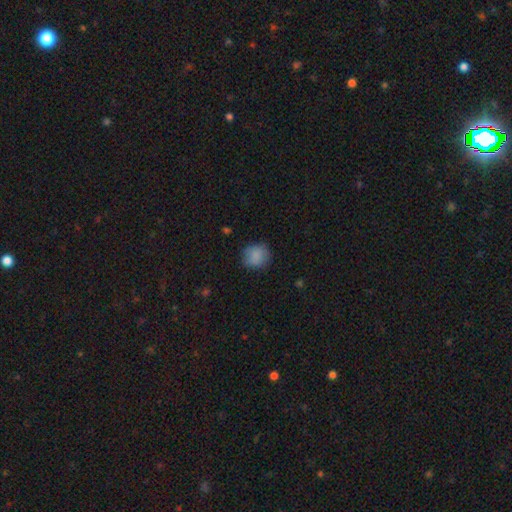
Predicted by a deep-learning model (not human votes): smooth-or-featured: smooth: 85% | star or artifact: 8% | featured or disk: 6%
  how-rounded: round: 79% | in between: 21% | cigar-shaped: 1%
  merging: none: 80% | minor disturbance: 15% | major disturbance: 4% | merger: 1%